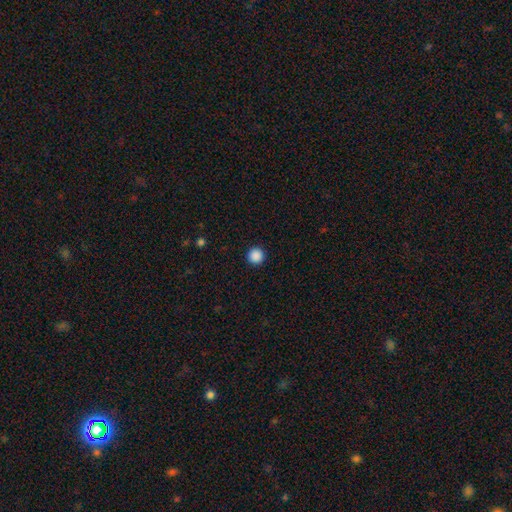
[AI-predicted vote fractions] Smooth or featured: smooth — 88% (star or artifact — 10%)
How rounded: round — 96% (in between — 3%)
Merging: none — 93% (minor disturbance — 4%)